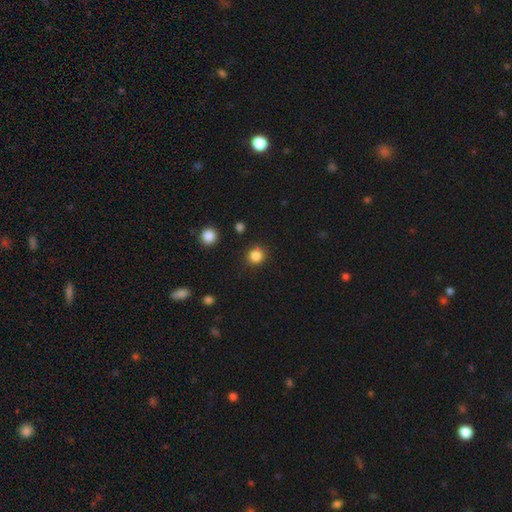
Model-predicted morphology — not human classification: Smooth or featured?
  - smooth: 84% *
  - star or artifact: 12%
  - featured or disk: 4%
How rounded?
  - round: 90% *
  - in between: 9%
  - cigar-shaped: 1%
Merging?
  - none: 85% *
  - minor disturbance: 9%
  - major disturbance: 3%
  - merger: 3%